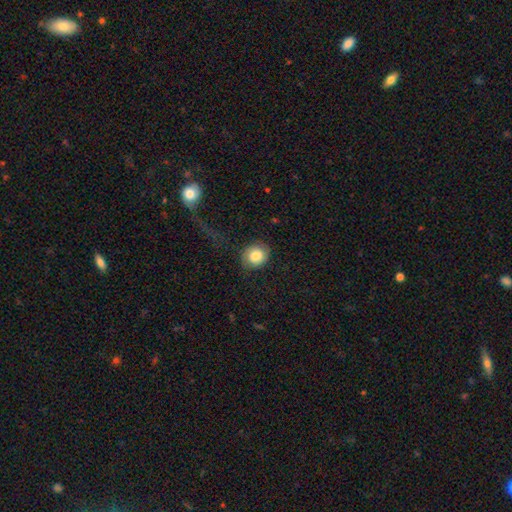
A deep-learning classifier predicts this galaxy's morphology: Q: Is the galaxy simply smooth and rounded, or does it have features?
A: smooth — 77%.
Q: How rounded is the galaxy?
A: round — 80%.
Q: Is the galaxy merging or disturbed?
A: none — 74%.